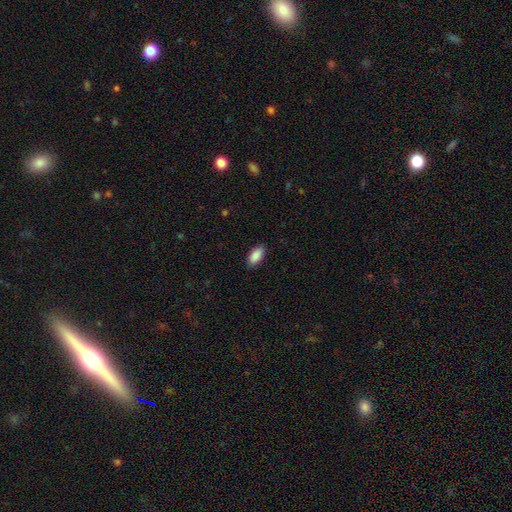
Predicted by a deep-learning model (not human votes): The model was most divided on "merging": none: 88%, minor disturbance: 9%, major disturbance: 2%, merger: 1%. More confident: how rounded — in between (90%); smooth or featured — smooth (90%).